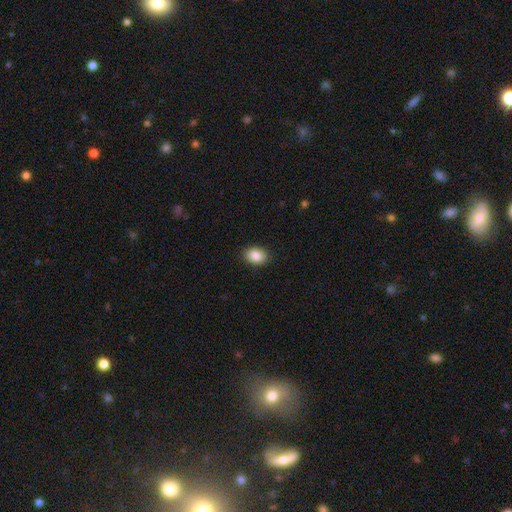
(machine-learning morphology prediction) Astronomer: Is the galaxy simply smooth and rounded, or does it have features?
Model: smooth — 89%.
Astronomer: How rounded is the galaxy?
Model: in between — 77%.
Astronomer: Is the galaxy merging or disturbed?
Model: none — 90%.